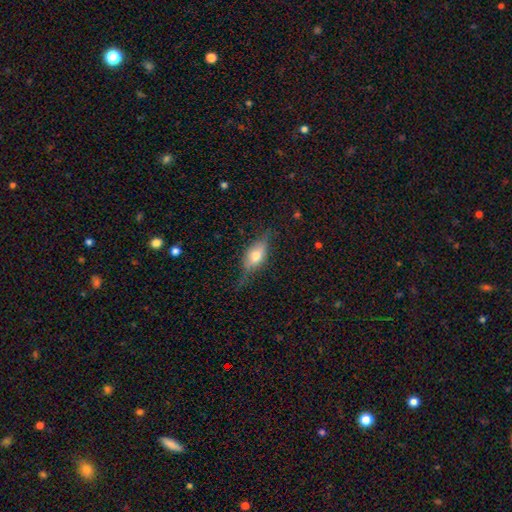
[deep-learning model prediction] smooth_or_featured: smooth (p=0.55) [alt: featured or disk p=0.37]
how_rounded: in between (p=0.78) [alt: cigar-shaped p=0.15]
merging: none (p=0.62) [alt: minor disturbance p=0.26]